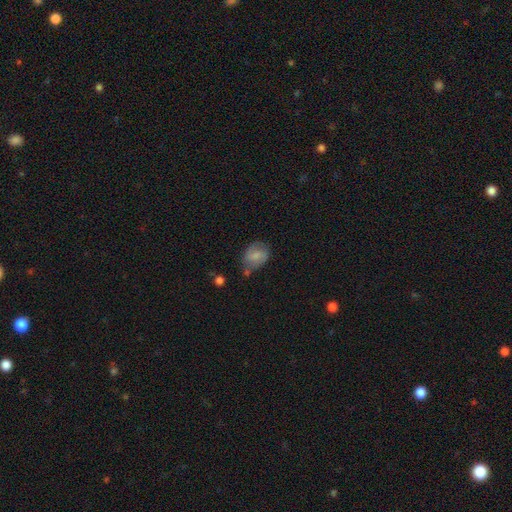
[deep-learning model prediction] Smooth or featured?
  - smooth: 58% *
  - featured or disk: 34%
  - star or artifact: 8%
How rounded?
  - in between: 60% *
  - round: 39%
  - cigar-shaped: 2%
Merging?
  - none: 56% *
  - minor disturbance: 27%
  - major disturbance: 9%
  - merger: 8%